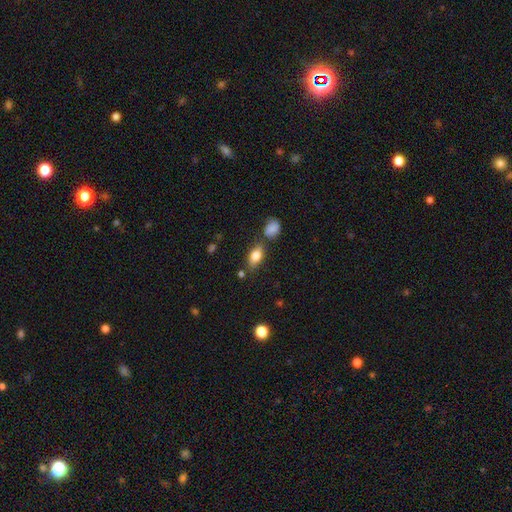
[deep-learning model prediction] A smooth galaxy with no disk features (78%) that is in between round and cigar-shaped (86%).

Vote fractions:
- Smooth or featured? smooth: 78% / featured or disk: 14% / star or artifact: 8%
- How rounded? in between: 86% / cigar-shaped: 7% / round: 7%
- Merging? none: 70% / minor disturbance: 15% / merger: 11% / major disturbance: 4%